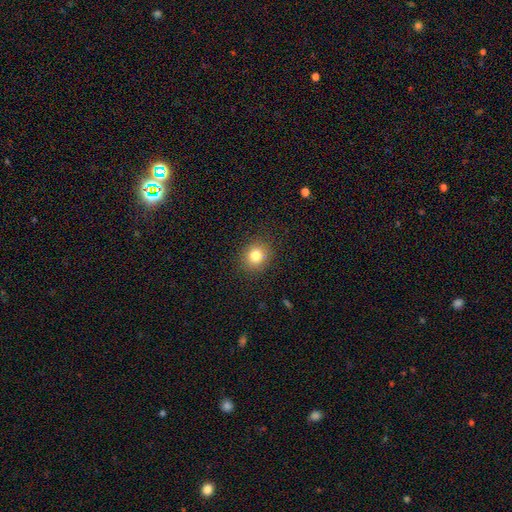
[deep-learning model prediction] A smooth galaxy with no disk features (81%) that is round (77%). Merging: none (88%).